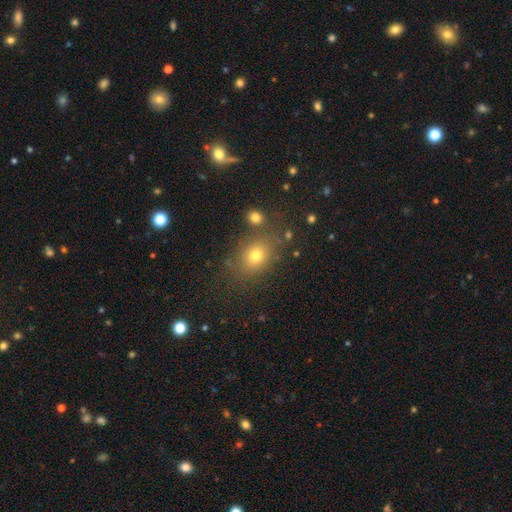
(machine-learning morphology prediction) smooth-or-featured: smooth: 73% | star or artifact: 16% | featured or disk: 10%
  how-rounded: in between: 55% | round: 43% | cigar-shaped: 2%
  merging: none: 76% | minor disturbance: 12% | merger: 7% | major disturbance: 5%